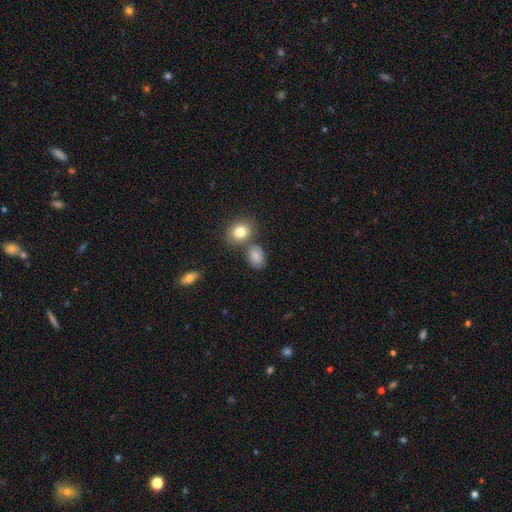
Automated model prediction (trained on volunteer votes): Morphology: type=smooth (79%); roundness=in between (71%); merging=none (62%).